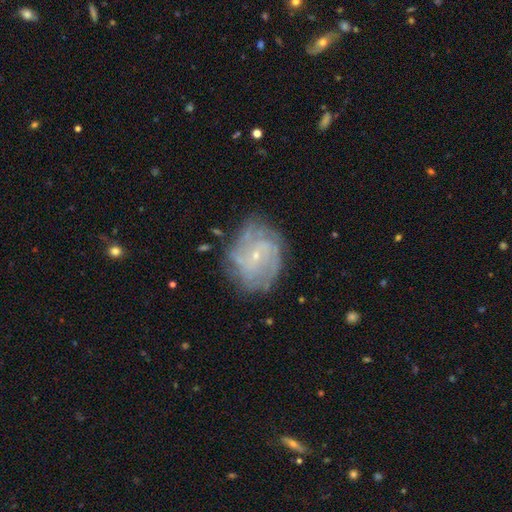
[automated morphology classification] The model was most divided on "spiral winding": tight: 49%, medium: 36%, loose: 15%. Remaining: edge-on disk — no (97%); spiral arms — yes (89%); bulge size — small (84%); smooth or featured — featured or disk (78%); merging — none (72%); bar — no (57%); spiral arm count — can't tell (40%).